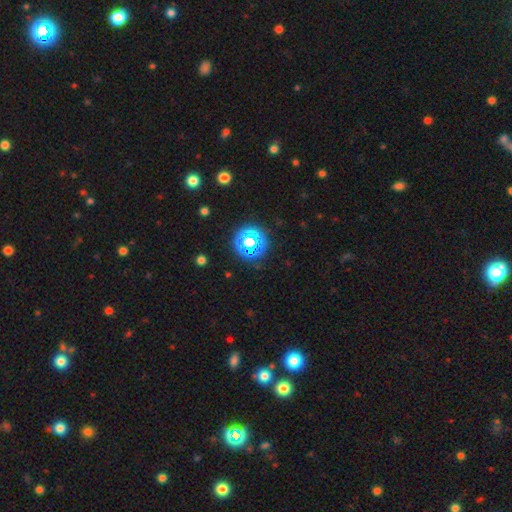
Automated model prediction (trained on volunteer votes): Smooth or featured: star or artifact — 63% (smooth — 31%)